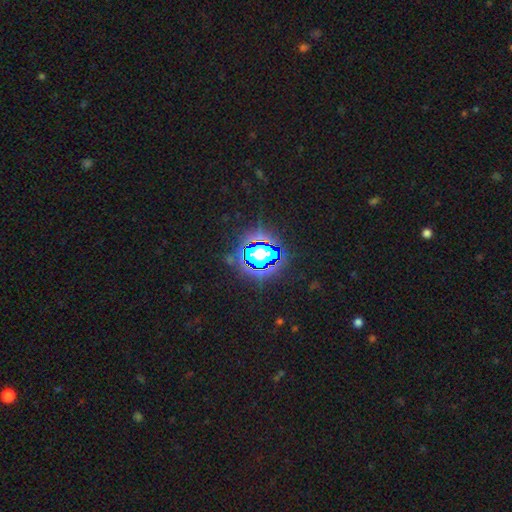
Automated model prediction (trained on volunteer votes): This is clearly a star or artifact rather than a galaxy (81%).